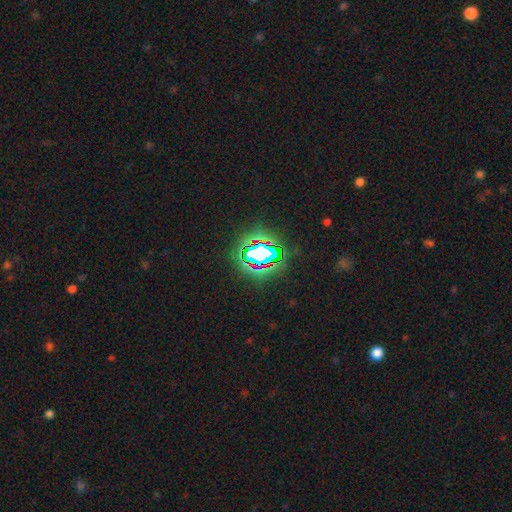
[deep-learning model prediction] A star or artifact, not a galaxy (74%).